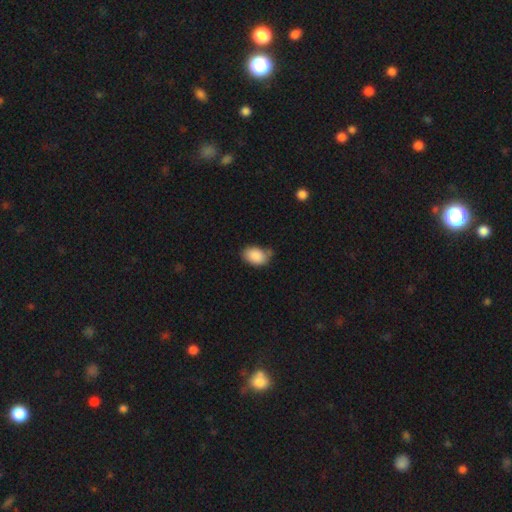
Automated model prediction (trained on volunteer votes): smooth-or-featured: smooth: 89% | star or artifact: 7% | featured or disk: 4%
  how-rounded: in between: 84% | round: 14% | cigar-shaped: 1%
  merging: none: 63% | minor disturbance: 26% | merger: 6% | major disturbance: 5%